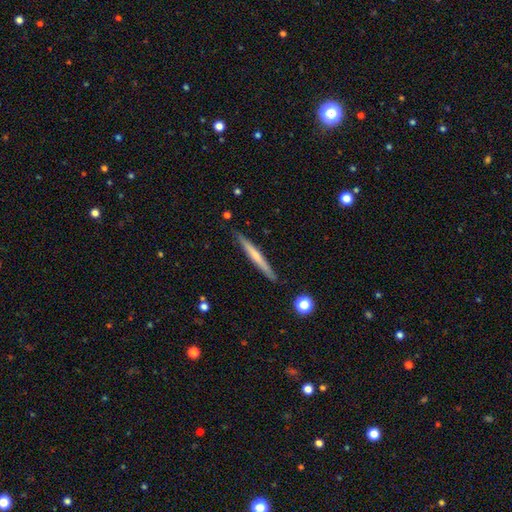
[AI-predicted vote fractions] Smooth or featured: featured or disk — 48% (smooth — 47%)
Merging: none — 89% (minor disturbance — 8%)